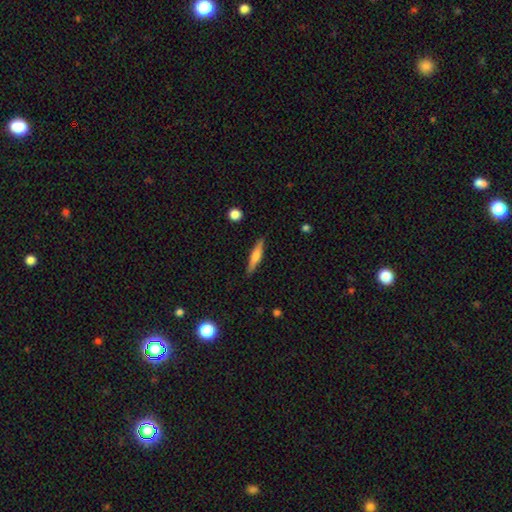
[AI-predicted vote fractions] This is possibly a smooth galaxy (52%). How rounded: clearly cigar-shaped (86%). Merging: clearly none (89%).